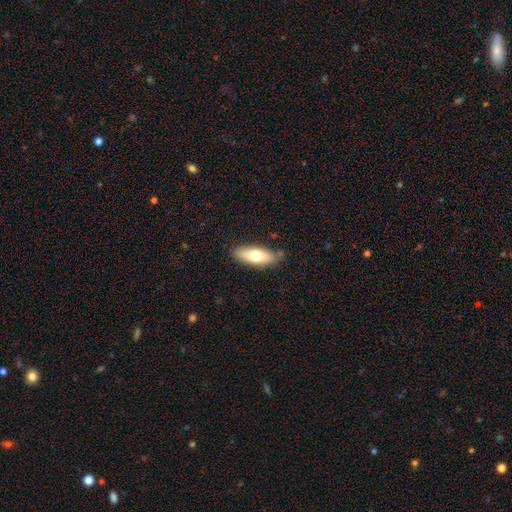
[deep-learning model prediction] Smooth or featured? smooth (68%)
How rounded? in between (71%)
Merging? none (78%)